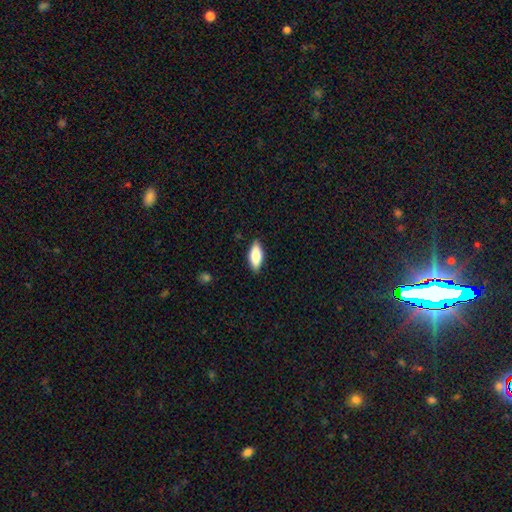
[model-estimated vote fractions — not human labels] smooth_or_featured: smooth (p=0.78) [alt: featured or disk p=0.16]
how_rounded: in between (p=0.78) [alt: cigar-shaped p=0.20]
merging: none (p=0.87) [alt: minor disturbance p=0.10]